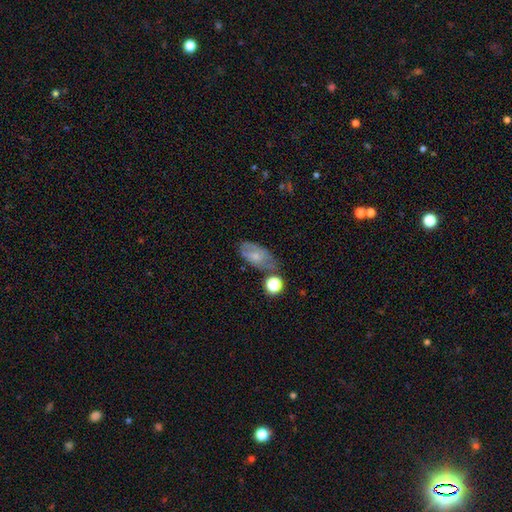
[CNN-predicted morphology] type=smooth (52%); roundness=in between (87%); merging=none (53%).